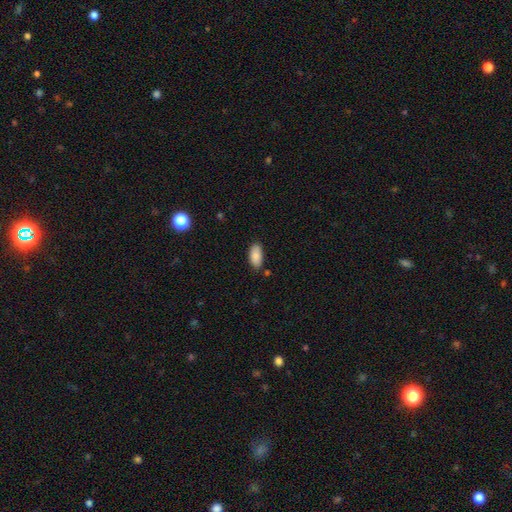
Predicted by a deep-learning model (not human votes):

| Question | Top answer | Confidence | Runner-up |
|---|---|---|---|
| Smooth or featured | smooth | 86% | star or artifact (7%) |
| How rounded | in between | 93% | cigar-shaped (5%) |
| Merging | none | 80% | minor disturbance (14%) |